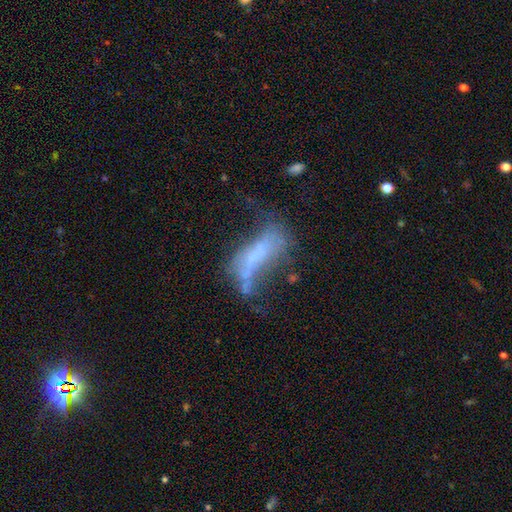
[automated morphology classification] Smooth or featured? featured or disk (50%)
Merging? major disturbance (38%)